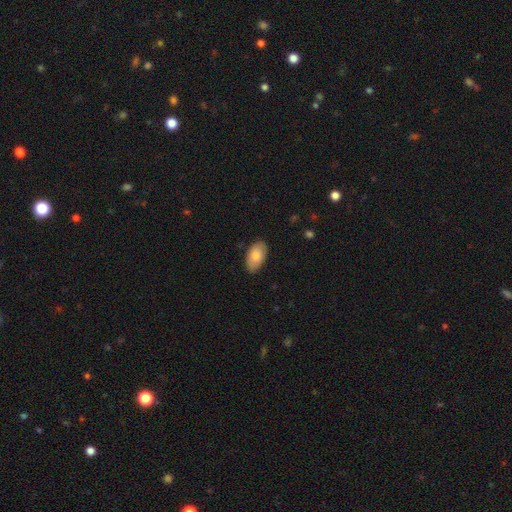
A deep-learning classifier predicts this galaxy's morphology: smooth 86%, featured or disk 9%, star or artifact 6%. Down the decision tree: how rounded — in between (95%); merging — none (85%).